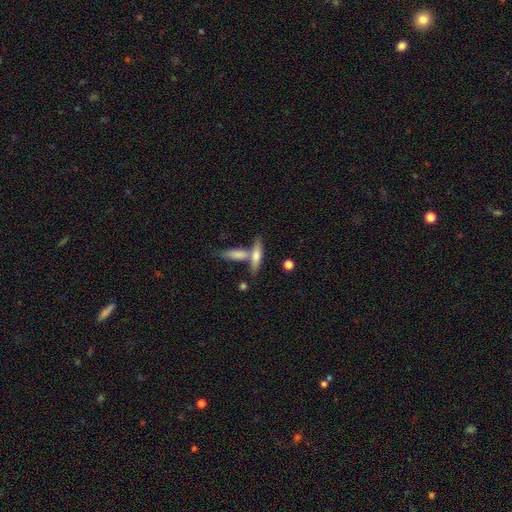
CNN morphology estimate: Overall: smooth (56%; featured or disk 37%). How rounded: cigar-shaped (68%; in between 29%). Merging: none (53%; merger 34%).